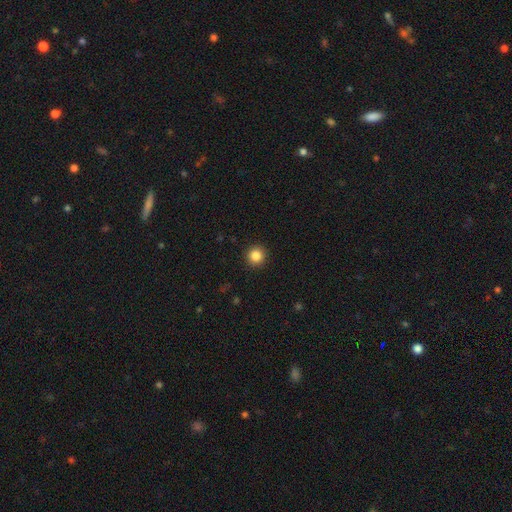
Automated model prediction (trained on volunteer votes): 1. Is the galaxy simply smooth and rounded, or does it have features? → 85% smooth, 11% star or artifact, 4% featured or disk.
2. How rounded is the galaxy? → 95% round, 4% in between, 1% cigar-shaped.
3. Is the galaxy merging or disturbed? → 93% none, 5% minor disturbance, 2% major disturbance, 1% merger.